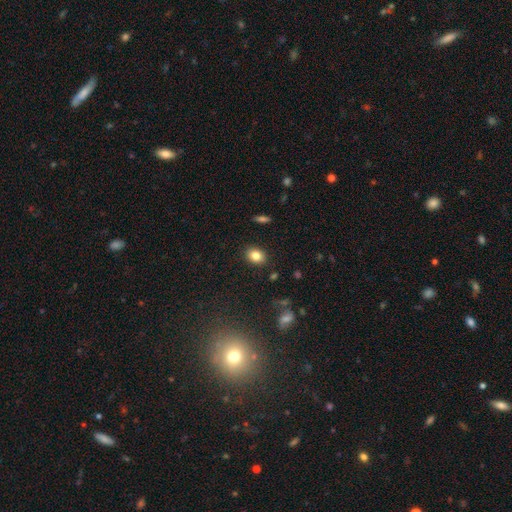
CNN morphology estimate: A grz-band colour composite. It shows a smooth galaxy with no disk features (82%) that is in between round and cigar-shaped (62%). Merging: none (88%).